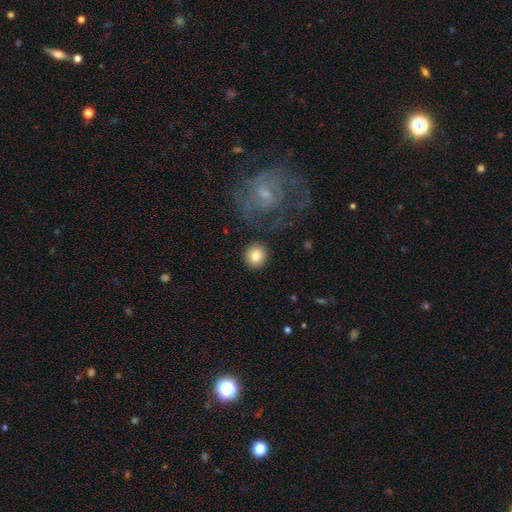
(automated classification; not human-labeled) This is clearly a smooth galaxy (83%). How rounded: clearly round (91%). Merging: clearly none (87%).